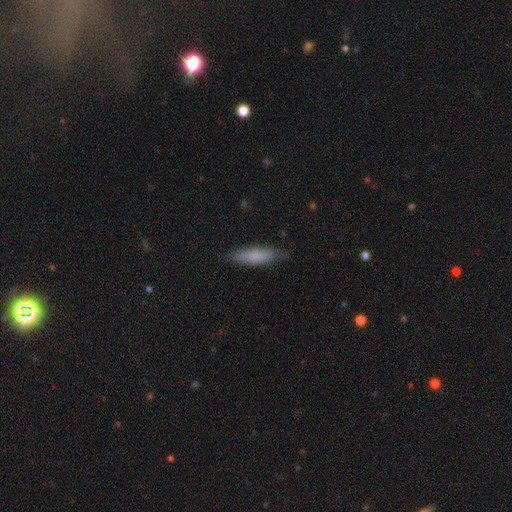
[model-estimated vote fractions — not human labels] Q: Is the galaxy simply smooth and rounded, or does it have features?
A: smooth — 75%.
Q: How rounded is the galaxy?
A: cigar-shaped — 71%.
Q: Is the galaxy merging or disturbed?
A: none — 80%.